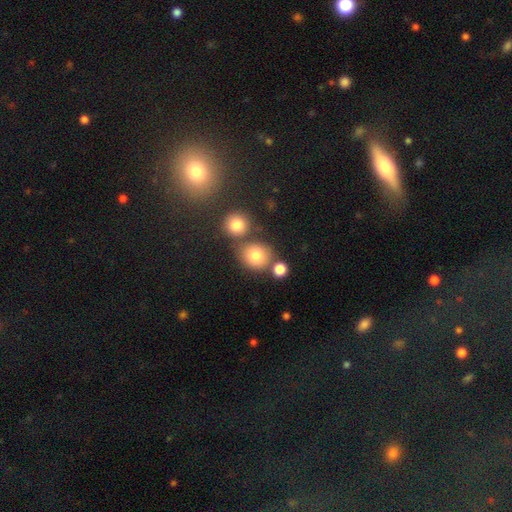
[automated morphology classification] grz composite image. It shows a smooth galaxy with no disk features (80%) that is round (80%). Merging: none (63%).